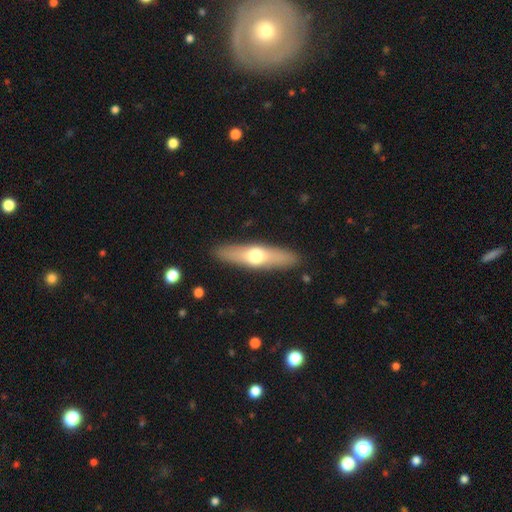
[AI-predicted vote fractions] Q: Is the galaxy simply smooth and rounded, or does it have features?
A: smooth — 52%.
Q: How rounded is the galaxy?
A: cigar-shaped — 69%.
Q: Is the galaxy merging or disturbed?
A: none — 89%.